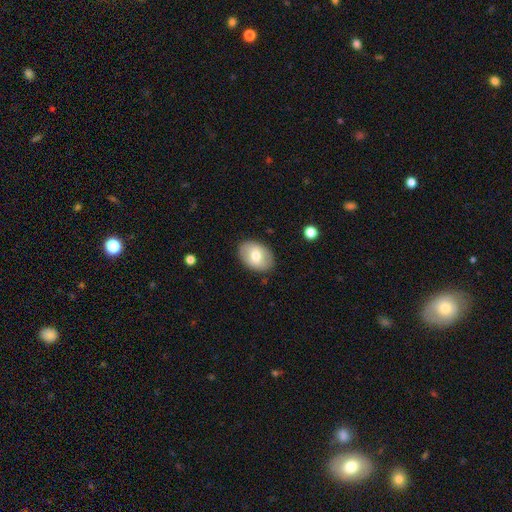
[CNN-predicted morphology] smooth-or-featured: smooth: 69% | featured or disk: 24% | star or artifact: 7%
  how-rounded: in between: 81% | round: 17% | cigar-shaped: 1%
  merging: none: 86% | minor disturbance: 10% | major disturbance: 3% | merger: 1%